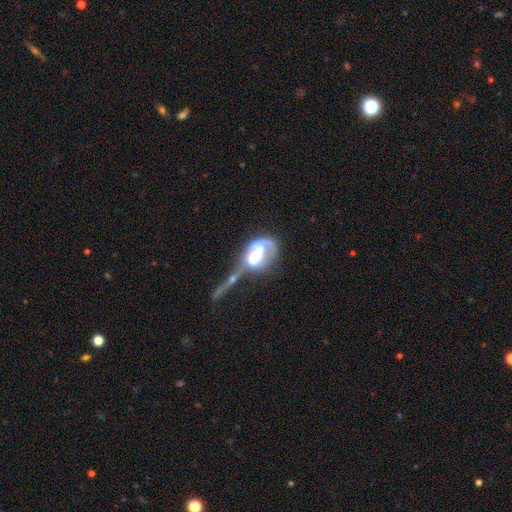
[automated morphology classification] smooth_or_featured: featured or disk (p=0.59) [alt: smooth p=0.31]
disk_edge_on: no (p=0.92) [alt: yes p=0.08]
bar: no (p=0.72) [alt: weak p=0.19]
has_spiral_arms: no (p=0.62) [alt: yes p=0.38]
bulge_size: moderate (p=0.43) [alt: large p=0.34]
merging: merger (p=0.56) [alt: major disturbance p=0.25]